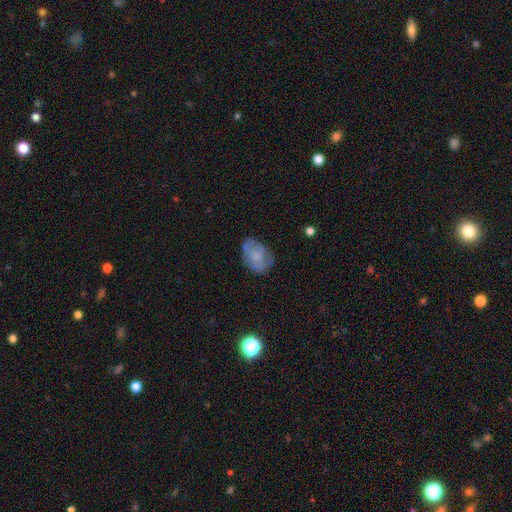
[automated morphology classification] type=smooth (53%); roundness=in between (81%); merging=none (65%).